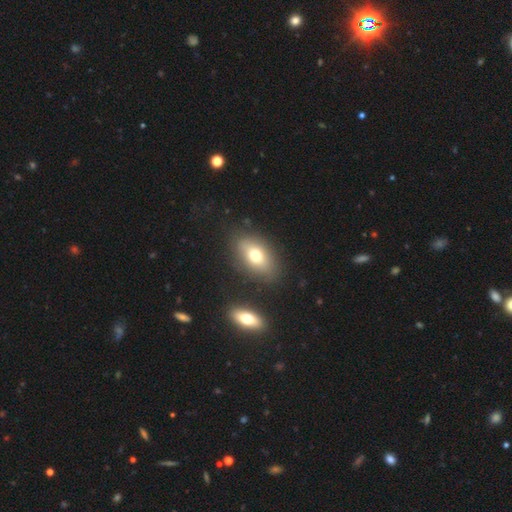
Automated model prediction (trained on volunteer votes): This is likely a smooth galaxy (71%). How rounded: clearly in between (85%). Merging: likely none (79%).